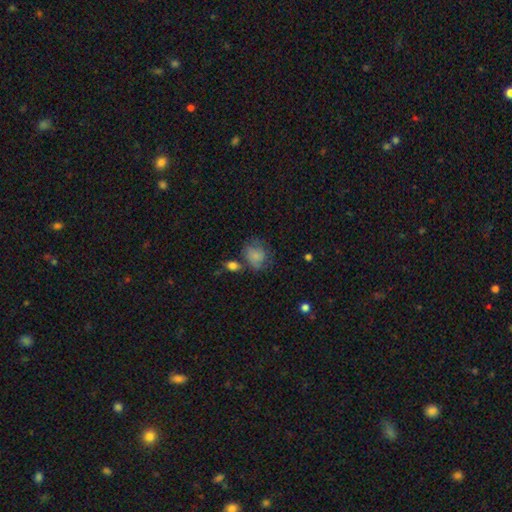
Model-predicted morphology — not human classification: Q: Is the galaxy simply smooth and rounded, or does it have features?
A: smooth — 66%.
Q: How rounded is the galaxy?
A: round — 59%.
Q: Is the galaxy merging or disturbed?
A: none — 49%.